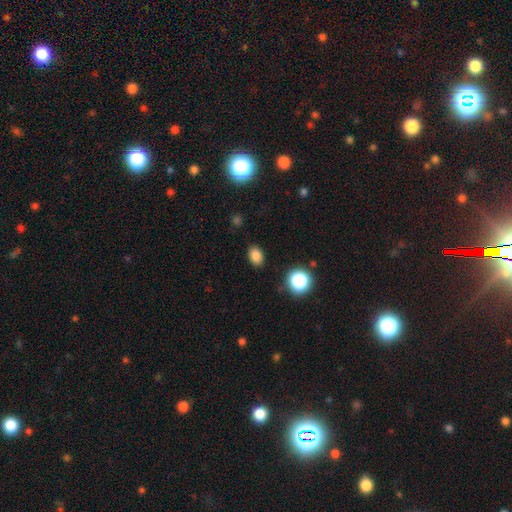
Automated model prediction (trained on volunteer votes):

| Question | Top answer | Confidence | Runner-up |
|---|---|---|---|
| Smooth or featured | smooth | 82% | star or artifact (13%) |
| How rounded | in between | 74% | round (25%) |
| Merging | none | 87% | minor disturbance (9%) |